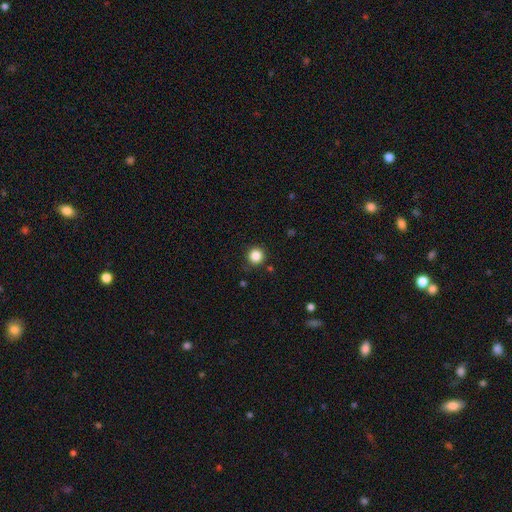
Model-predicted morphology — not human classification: Q: Smooth or featured?
A: smooth (86%); runner-up: star or artifact (11%)
Q: How rounded?
A: round (95%); runner-up: in between (4%)
Q: Merging?
A: none (89%); runner-up: minor disturbance (7%)